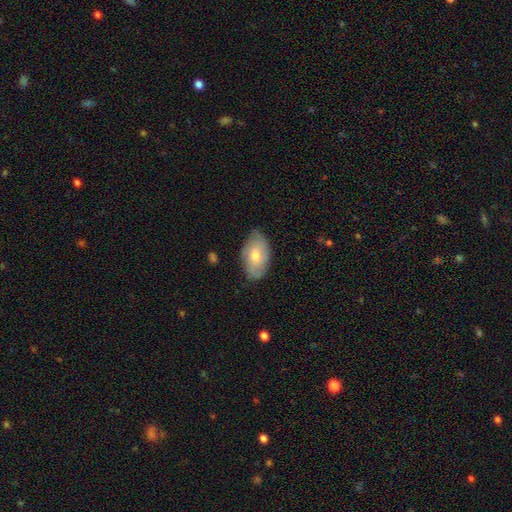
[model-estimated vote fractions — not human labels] Smooth or featured? smooth (66%)
How rounded? in between (94%)
Merging? none (73%)